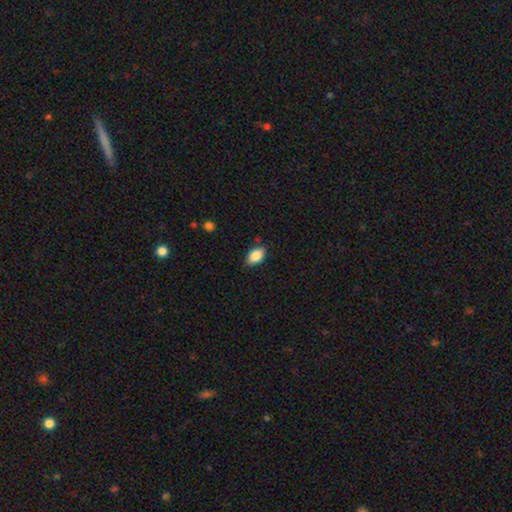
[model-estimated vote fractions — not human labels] This is clearly a smooth galaxy (87%). How rounded: clearly in between (90%). Merging: clearly none (83%).